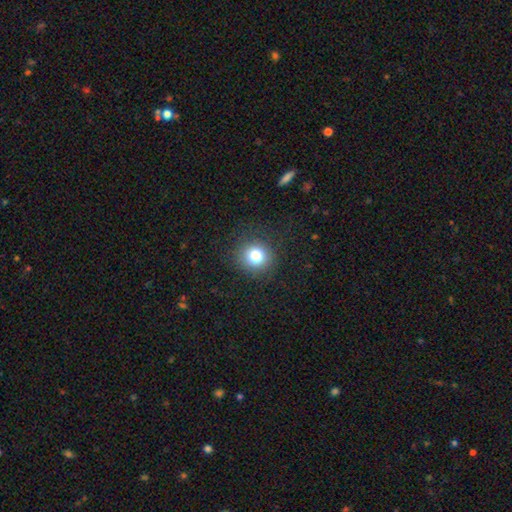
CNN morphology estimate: type=smooth (78%); roundness=round (93%); merging=none (89%).